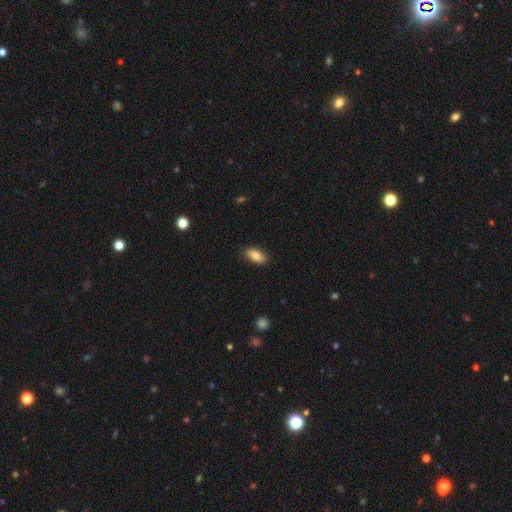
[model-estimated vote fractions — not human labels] Smooth or featured? Predicted: smooth (p=0.84). How rounded? Predicted: in between (p=0.92). Merging? Predicted: none (p=0.86).